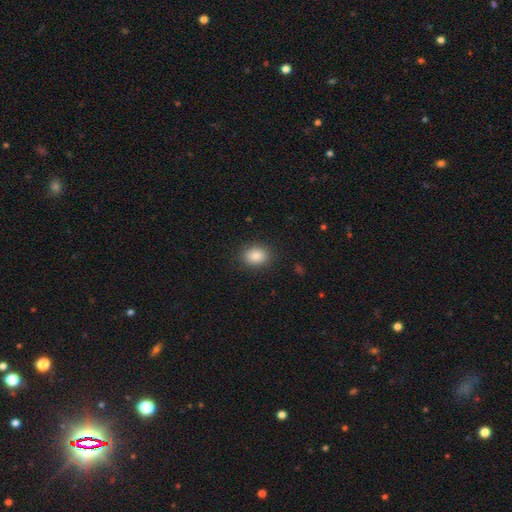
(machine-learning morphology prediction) smooth 86%, star or artifact 9%, featured or disk 5%. Down the decision tree: how rounded — in between (54%); merging — none (87%).